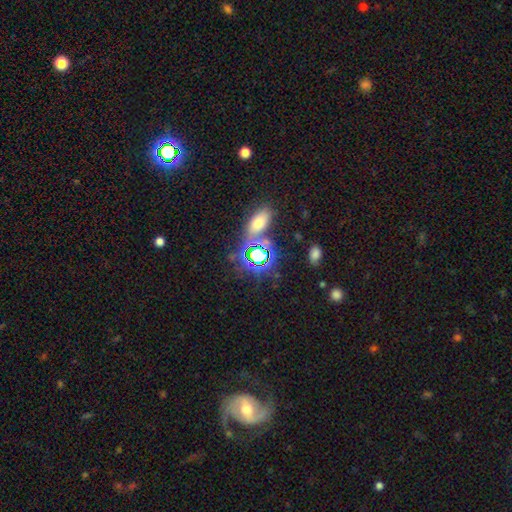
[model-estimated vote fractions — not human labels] Q: Smooth or featured?
A: star or artifact (63%); runner-up: smooth (25%)